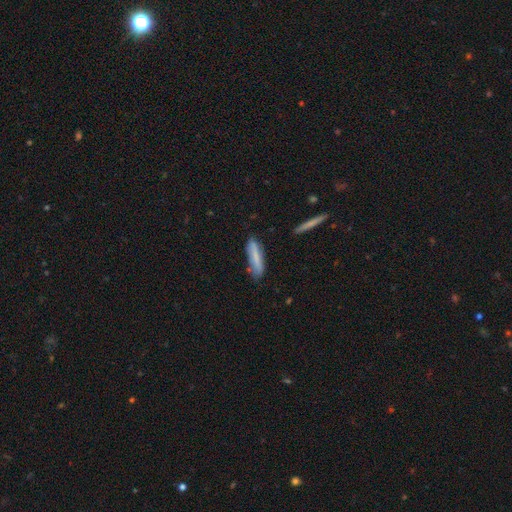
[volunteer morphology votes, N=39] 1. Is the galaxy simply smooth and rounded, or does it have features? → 72% smooth, 28% featured or disk, 0% star or artifact.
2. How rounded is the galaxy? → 93% cigar-shaped, 7% in between, 0% round.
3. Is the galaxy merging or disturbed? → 77% none, 15% minor disturbance, 8% merger, 0% major disturbance.